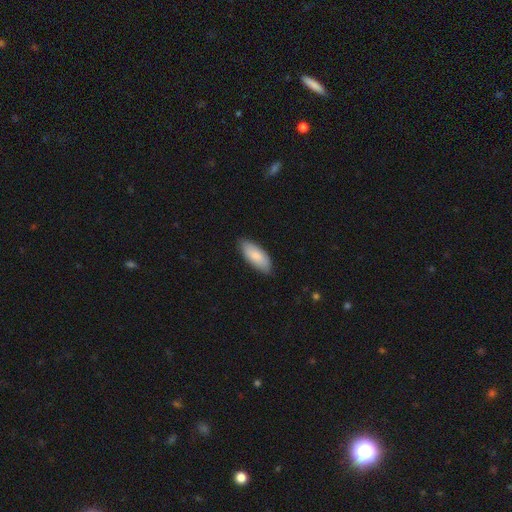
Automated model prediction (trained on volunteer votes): Q: Smooth or featured?
A: smooth (83%); runner-up: featured or disk (11%)
Q: How rounded?
A: in between (85%); runner-up: cigar-shaped (14%)
Q: Merging?
A: none (85%); runner-up: minor disturbance (13%)